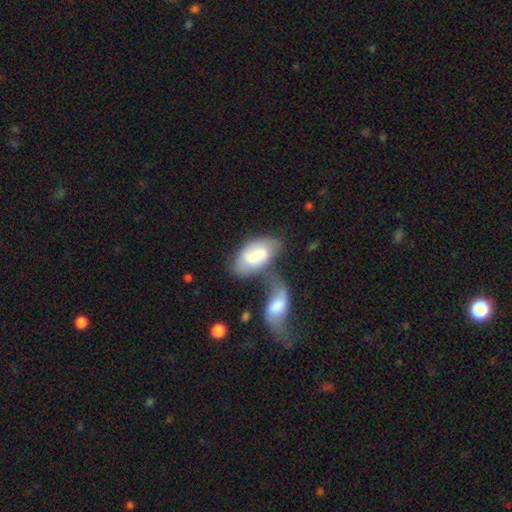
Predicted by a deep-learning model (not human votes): This is likely a smooth galaxy (62%). How rounded: clearly in between (93%). Merging: marginally merger (44%).